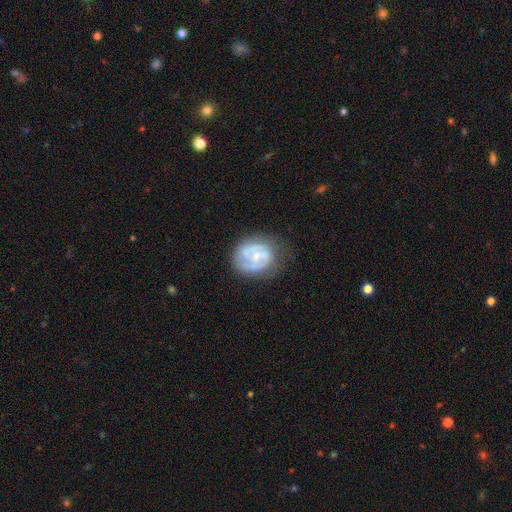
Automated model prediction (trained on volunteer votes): A featured or disk galaxy (65%) with no bar (69%), spiral arms (72%) and a small central bulge (58%).

Vote fractions:
- Smooth or featured? featured or disk: 65% / smooth: 28% / star or artifact: 6%
- Edge-on disk? no: 98% / yes: 2%
- Bar? no: 69% / weak: 27% / strong: 5%
- Spiral arms? yes: 72% / no: 28%
- Bulge size? small: 58% / moderate: 29% / none: 9% / large: 2% / dominant: 1%
- Merging? none: 61% / minor disturbance: 24% / major disturbance: 13% / merger: 2%